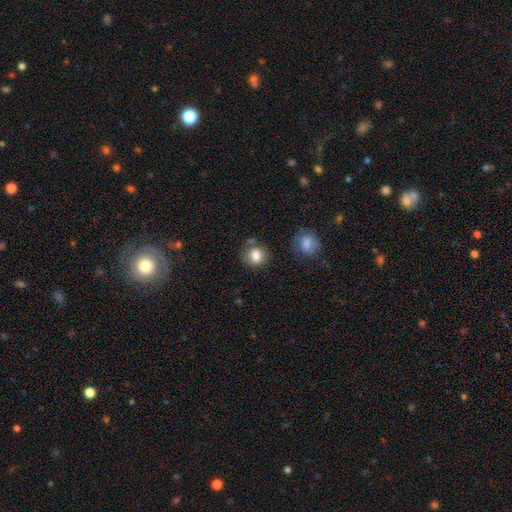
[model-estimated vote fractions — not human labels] smooth_or_featured: smooth (p=0.82) [alt: star or artifact p=0.10]
how_rounded: round (p=0.85) [alt: in between p=0.14]
merging: none (p=0.74) [alt: minor disturbance p=0.14]